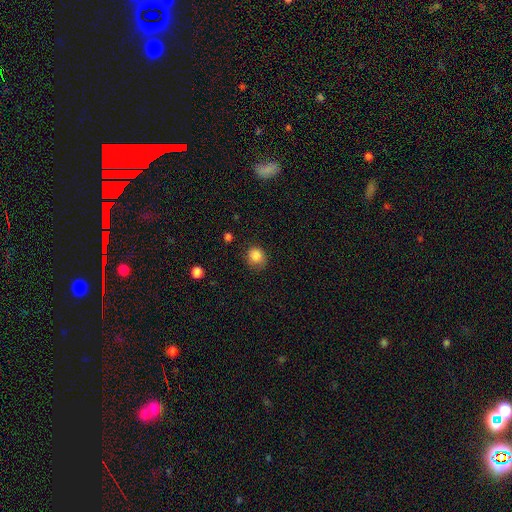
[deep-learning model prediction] A smooth galaxy with no disk features (85%) that is round (78%). Merging: none (71%).